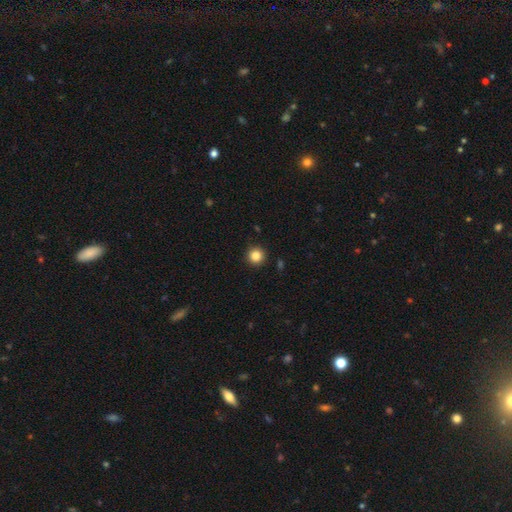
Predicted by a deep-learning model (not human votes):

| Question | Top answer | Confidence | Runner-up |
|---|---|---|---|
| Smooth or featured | smooth | 85% | star or artifact (11%) |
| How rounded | round | 95% | in between (4%) |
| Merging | none | 92% | minor disturbance (5%) |